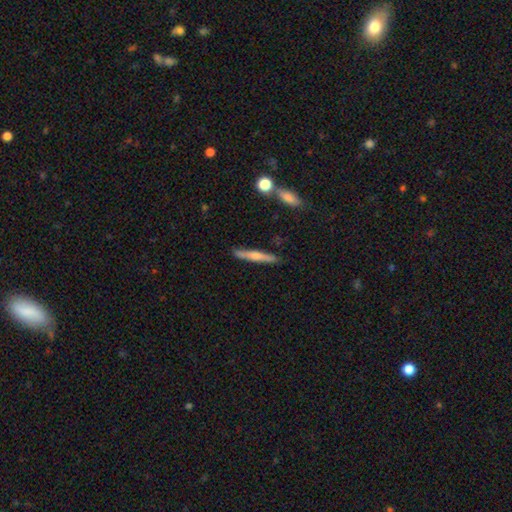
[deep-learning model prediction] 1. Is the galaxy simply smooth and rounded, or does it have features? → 51% featured or disk, 42% smooth, 7% star or artifact.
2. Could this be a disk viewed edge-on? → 96% yes, 4% no.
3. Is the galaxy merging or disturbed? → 87% none, 8% minor disturbance, 3% merger, 2% major disturbance.